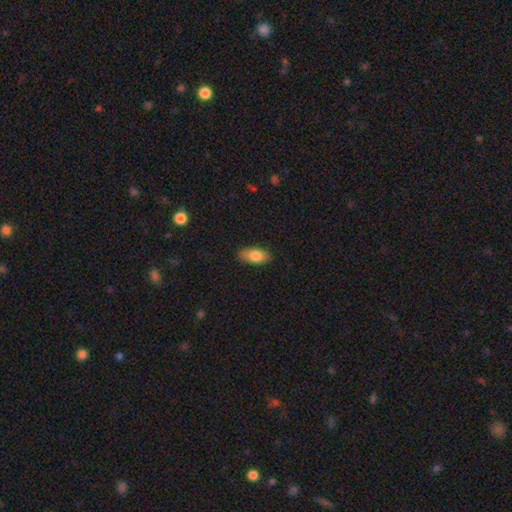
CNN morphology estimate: This appears to be a smooth galaxy with no disk features (79%) that is in between round and cigar-shaped (89%). Merging: none (83%).